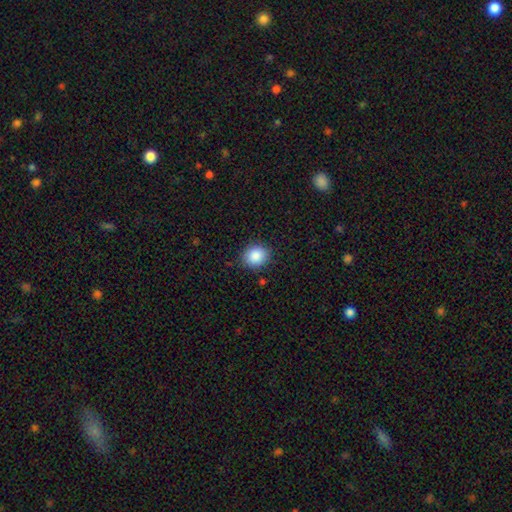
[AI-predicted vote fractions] Smooth or featured? Predicted: smooth (p=0.87). How rounded? Predicted: round (p=0.74). Merging? Predicted: none (p=0.87).